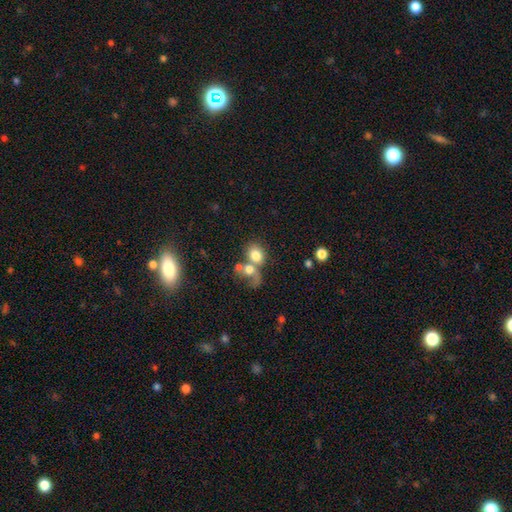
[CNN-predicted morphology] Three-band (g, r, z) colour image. It shows a smooth galaxy with no disk features (73%) that is round (52%). Merging: merger (55%).